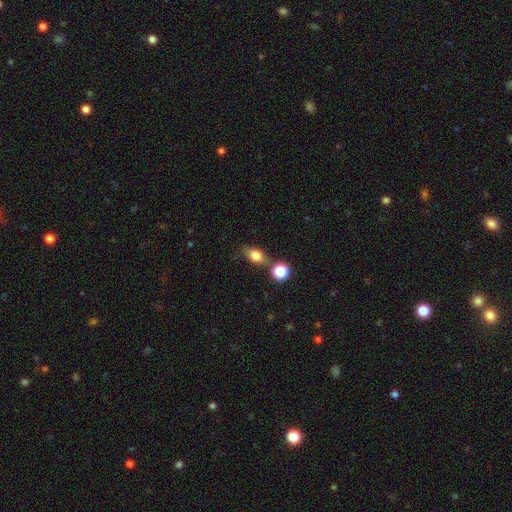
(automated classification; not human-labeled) Overall: smooth (73%). How rounded: in between (64%; round 28%). Merging: none (59%).